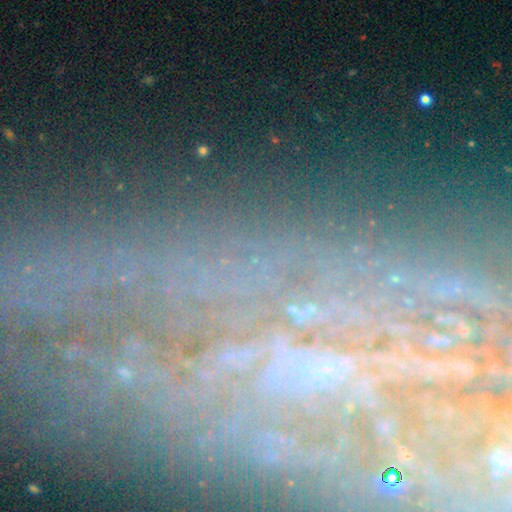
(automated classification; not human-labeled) This appears to be a star or artifact, not a galaxy (45%).